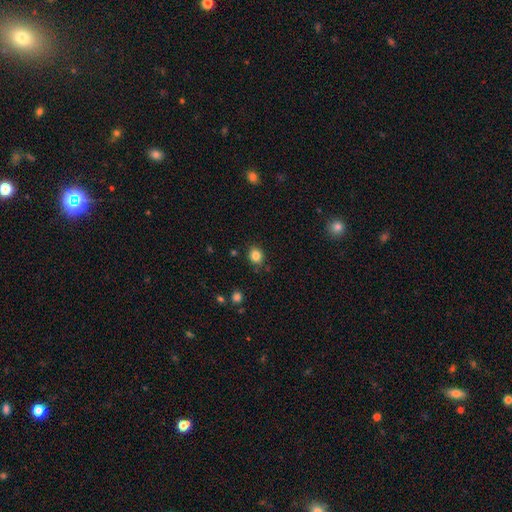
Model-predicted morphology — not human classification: This appears to be a smooth galaxy with no disk features (83%) that is round (64%). Merging: none (84%).